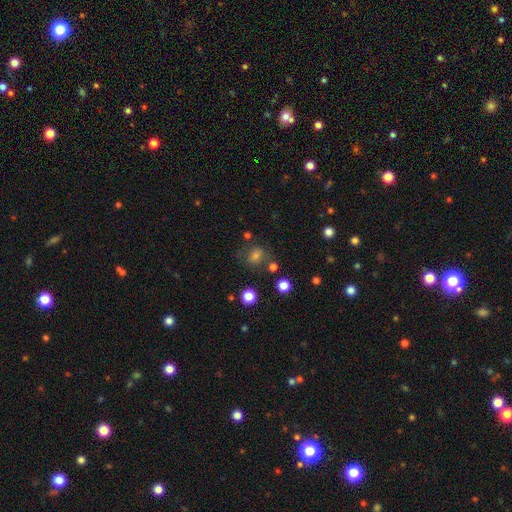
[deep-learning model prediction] The model was most divided on "how rounded": round: 68%, in between: 31%, cigar-shaped: 1%. More confident: merging — none (71%); smooth or featured — smooth (65%).